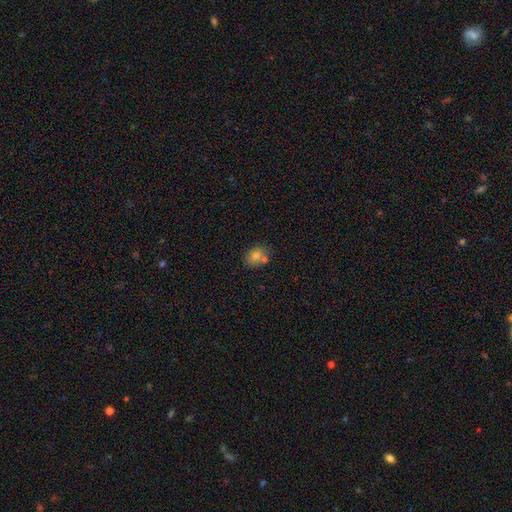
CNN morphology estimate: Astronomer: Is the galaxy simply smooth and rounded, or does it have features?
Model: smooth — 77%.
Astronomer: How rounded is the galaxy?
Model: in between — 53% (runner-up: round, 46%).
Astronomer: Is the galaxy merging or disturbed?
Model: none — 62%.